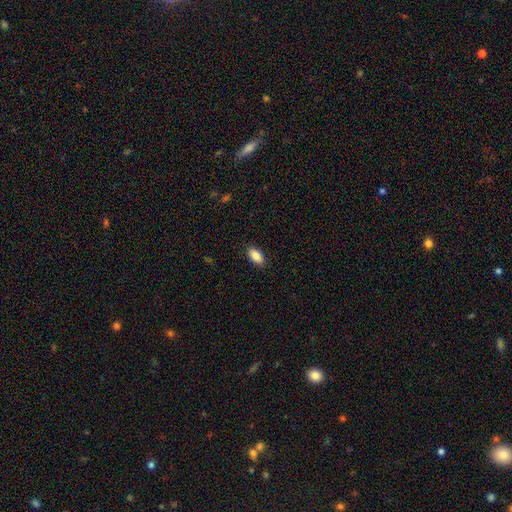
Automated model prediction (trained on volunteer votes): smooth-or-featured: smooth: 88% | star or artifact: 7% | featured or disk: 5%
  how-rounded: in between: 92% | cigar-shaped: 5% | round: 3%
  merging: none: 89% | minor disturbance: 8% | major disturbance: 2% | merger: 1%